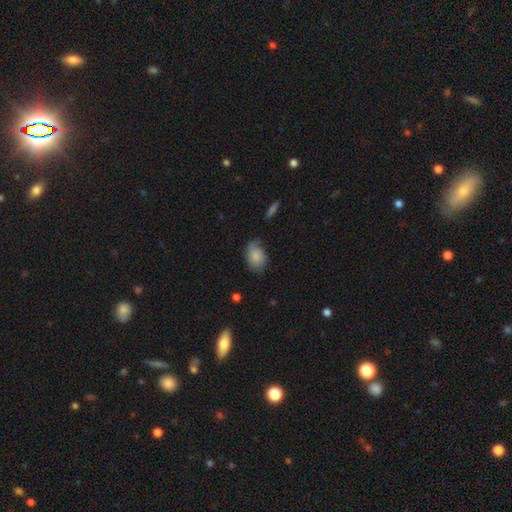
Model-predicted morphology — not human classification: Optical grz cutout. It shows a smooth galaxy with no disk features (81%) that is in between round and cigar-shaped (83%). Merging: none (62%).